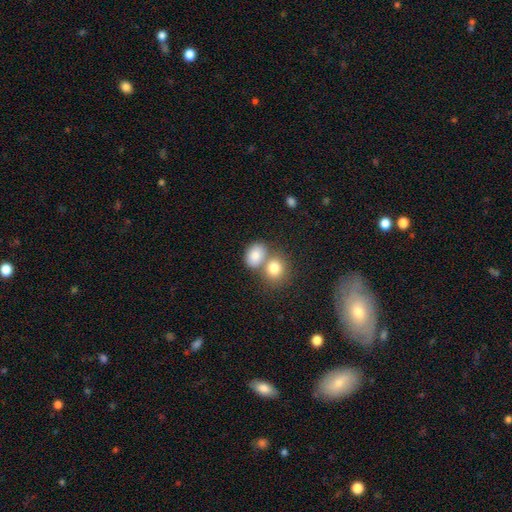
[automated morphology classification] Smooth or featured: smooth — 81% (featured or disk — 10%)
How rounded: in between — 62% (round — 37%)
Merging: merger — 48% (none — 40%)